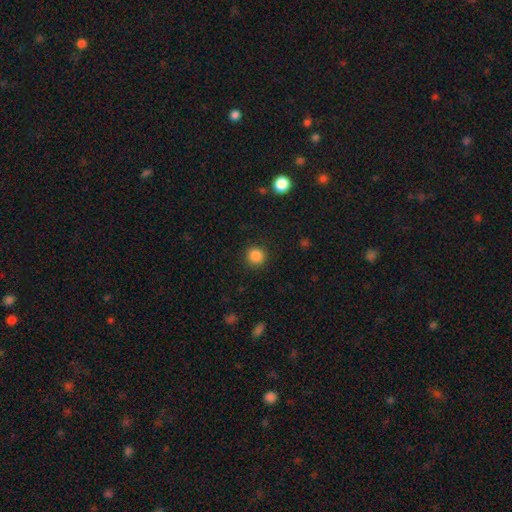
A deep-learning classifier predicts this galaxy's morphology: Smooth or featured? Predicted: smooth (p=0.86). How rounded? Predicted: round (p=0.94). Merging? Predicted: none (p=0.91).